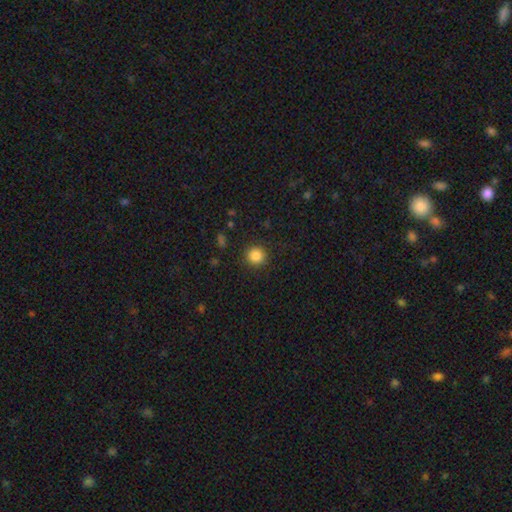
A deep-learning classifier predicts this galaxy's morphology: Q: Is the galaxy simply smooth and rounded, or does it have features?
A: smooth — 85%.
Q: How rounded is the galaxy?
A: round — 93%.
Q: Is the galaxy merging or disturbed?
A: none — 90%.